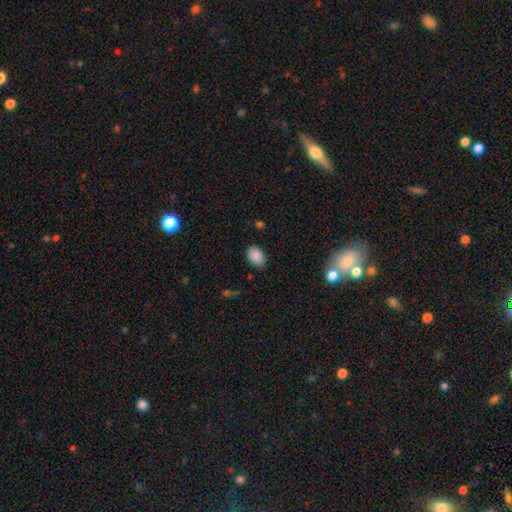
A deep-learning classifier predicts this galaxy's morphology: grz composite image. It shows a smooth galaxy with no disk features (88%) that is in between round and cigar-shaped (83%). Merging: none (84%).